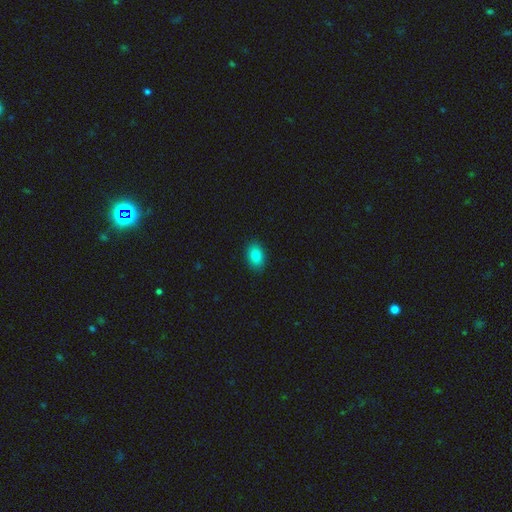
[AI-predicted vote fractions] A smooth galaxy with no disk features (86%) that is in between round and cigar-shaped (88%).

Vote fractions:
- Smooth or featured? smooth: 86% / star or artifact: 9% / featured or disk: 6%
- How rounded? in between: 88% / round: 11% / cigar-shaped: 1%
- Merging? none: 89% / minor disturbance: 8% / major disturbance: 2% / merger: 1%